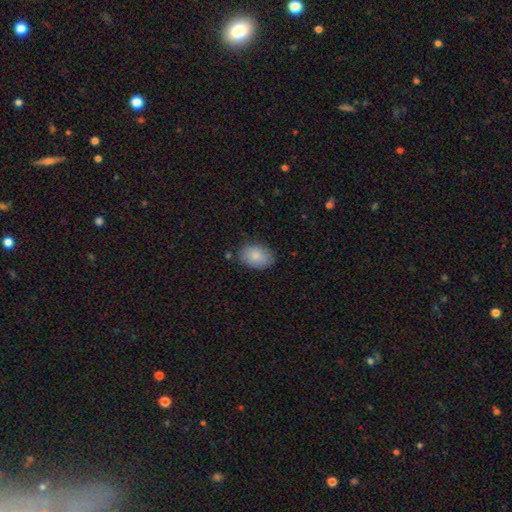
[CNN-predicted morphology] Q: Smooth or featured?
A: smooth (85%); runner-up: featured or disk (8%)
Q: How rounded?
A: in between (85%); runner-up: round (14%)
Q: Merging?
A: none (79%); runner-up: minor disturbance (16%)